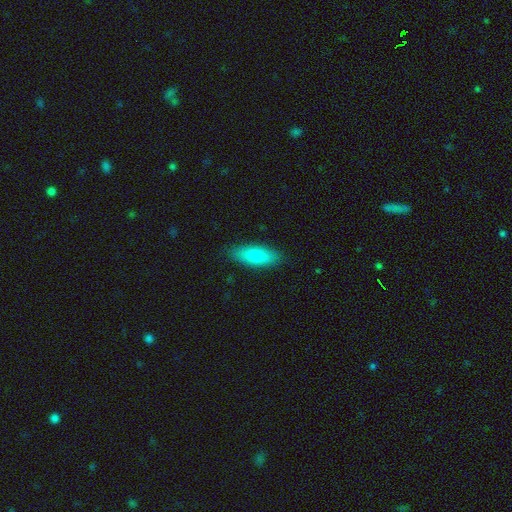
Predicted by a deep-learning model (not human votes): This appears to be a smooth galaxy with no disk features (82%) that is in between round and cigar-shaped (69%). Merging: none (87%).